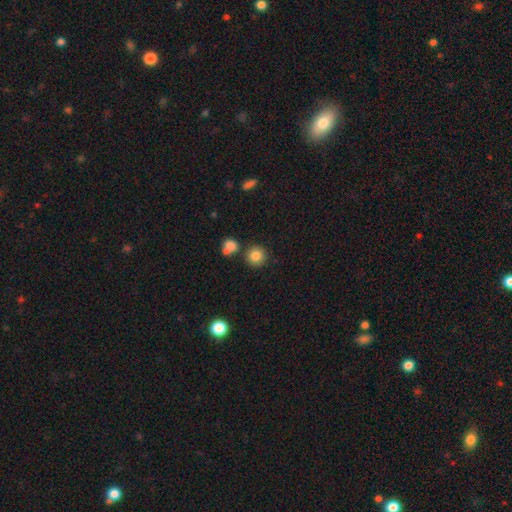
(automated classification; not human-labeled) smooth_or_featured: smooth (p=0.83) [alt: star or artifact p=0.11]
how_rounded: round (p=0.92) [alt: in between p=0.07]
merging: none (p=0.78) [alt: merger p=0.10]